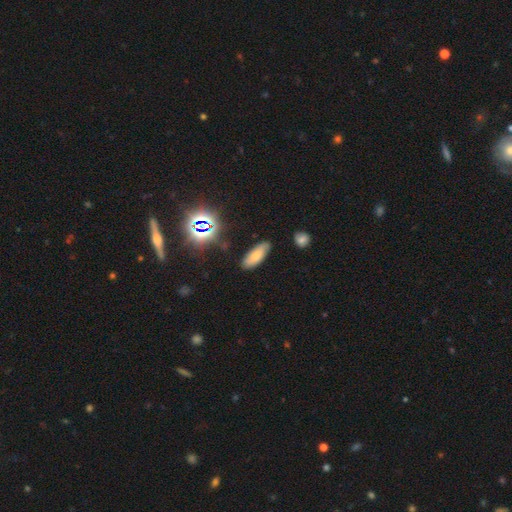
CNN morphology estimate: Q: Smooth or featured?
A: smooth (69%); runner-up: featured or disk (17%)
Q: How rounded?
A: in between (75%); runner-up: cigar-shaped (22%)
Q: Merging?
A: none (78%); runner-up: minor disturbance (16%)